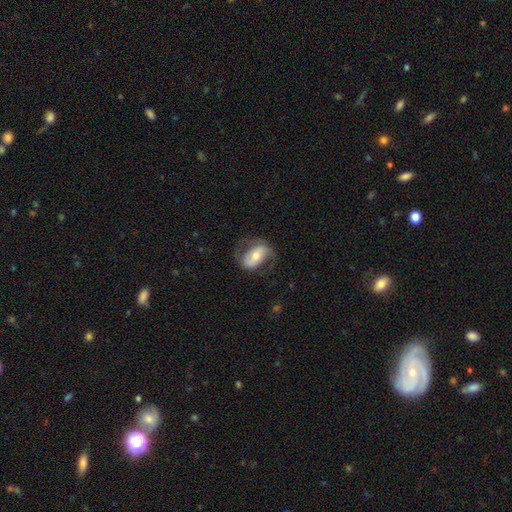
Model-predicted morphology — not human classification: Smooth or featured? Predicted: featured or disk (p=0.59). Edge-on disk? Predicted: no (p=0.94). Bar? Predicted: strong (p=0.40). Spiral arms? Predicted: yes (p=0.77). Bulge size? Predicted: moderate (p=0.59). Merging? Predicted: none (p=0.62).